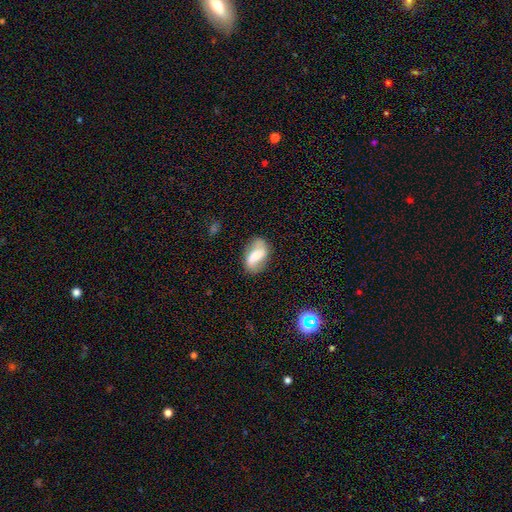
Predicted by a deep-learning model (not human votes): Morphology: type=featured or disk (51%); edge-on=no (94%); merging=none (72%).